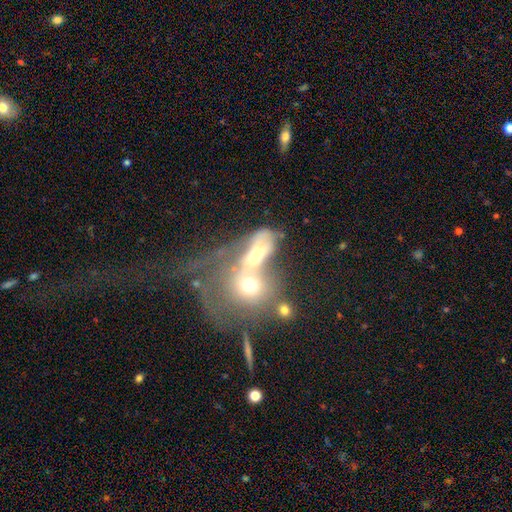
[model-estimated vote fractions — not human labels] smooth_or_featured: featured or disk (p=0.50) [alt: smooth p=0.36]
disk_edge_on: no (p=0.88) [alt: yes p=0.12]
merging: merger (p=0.77) [alt: major disturbance p=0.11]